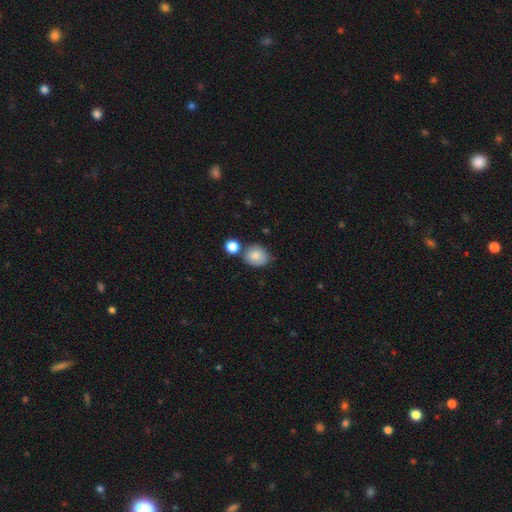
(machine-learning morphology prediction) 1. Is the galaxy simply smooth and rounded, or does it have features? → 82% smooth, 9% featured or disk, 9% star or artifact.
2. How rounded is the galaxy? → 62% round, 37% in between, 1% cigar-shaped.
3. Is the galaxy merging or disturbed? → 63% none, 19% minor disturbance, 14% merger, 4% major disturbance.